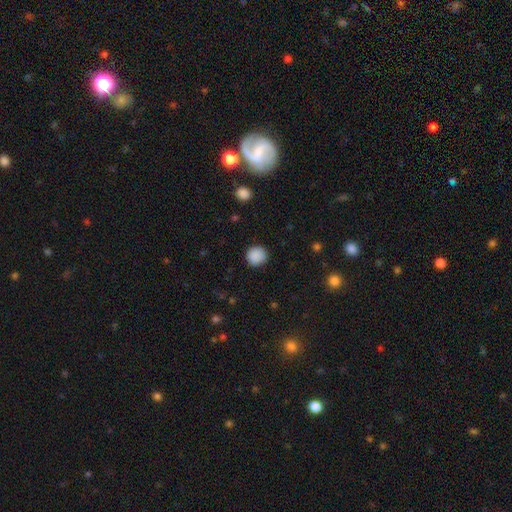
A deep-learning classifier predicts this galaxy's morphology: This appears to be a smooth galaxy with no disk features (89%) that is round (91%). Merging: none (89%).